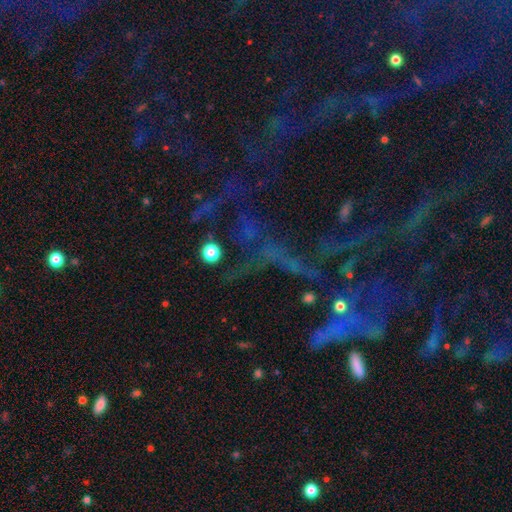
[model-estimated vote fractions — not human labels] The model was most divided on "smooth or featured": star or artifact: 73%, featured or disk: 14%, smooth: 13%.